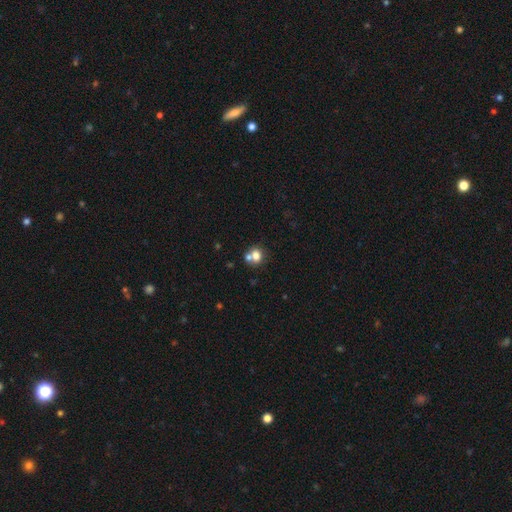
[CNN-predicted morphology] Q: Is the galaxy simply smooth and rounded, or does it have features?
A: smooth — 75%.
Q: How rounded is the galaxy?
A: round — 69%.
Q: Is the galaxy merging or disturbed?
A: none — 48%.